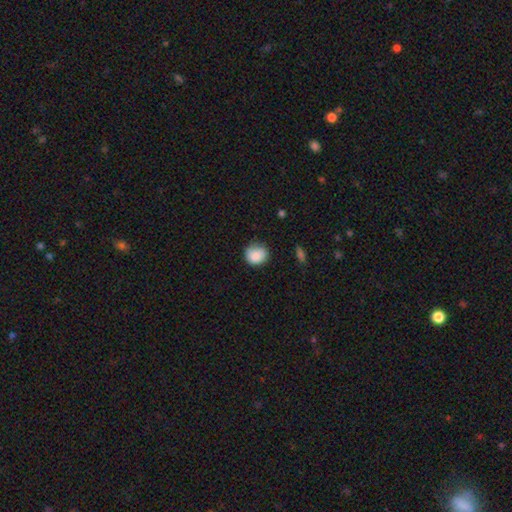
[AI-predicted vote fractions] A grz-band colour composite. It shows a smooth galaxy with no disk features (87%) that is round (80%). Merging: none (71%).